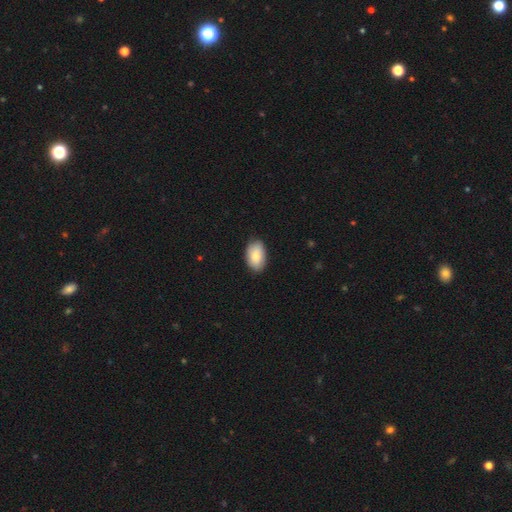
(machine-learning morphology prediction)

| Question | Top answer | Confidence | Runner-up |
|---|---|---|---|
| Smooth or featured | smooth | 83% | featured or disk (11%) |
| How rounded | in between | 93% | round (6%) |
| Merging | none | 85% | minor disturbance (12%) |